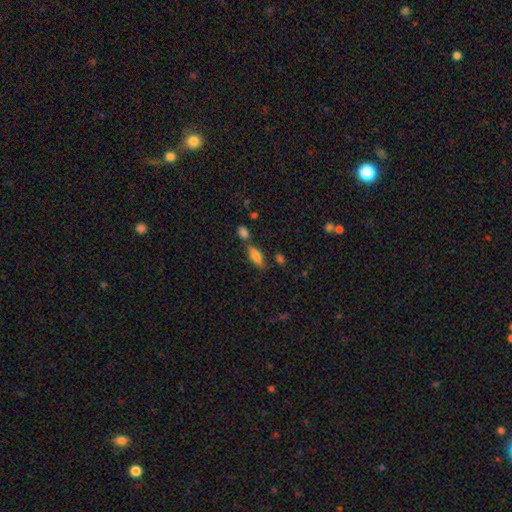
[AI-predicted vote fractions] Overall: smooth (75%). How rounded: in between (69%). Merging: none (61%).